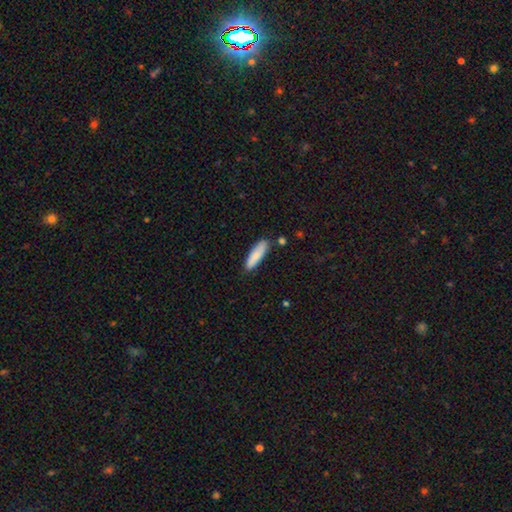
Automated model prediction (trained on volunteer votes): This appears to be a smooth galaxy with no disk features (84%) that is cigar-shaped (60%). Merging: none (84%).